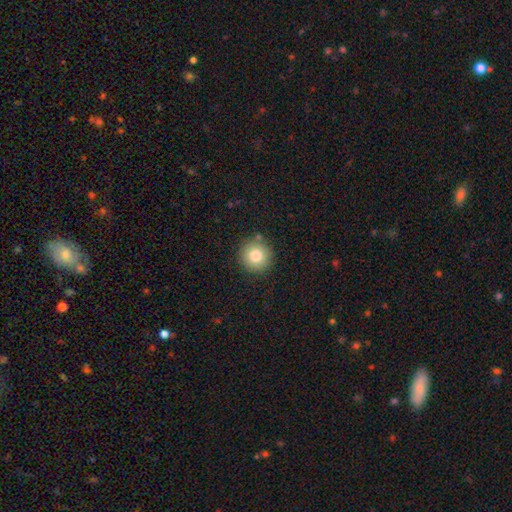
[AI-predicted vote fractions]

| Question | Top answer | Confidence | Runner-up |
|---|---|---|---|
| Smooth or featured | smooth | 81% | star or artifact (10%) |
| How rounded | round | 95% | in between (4%) |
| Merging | none | 88% | minor disturbance (8%) |